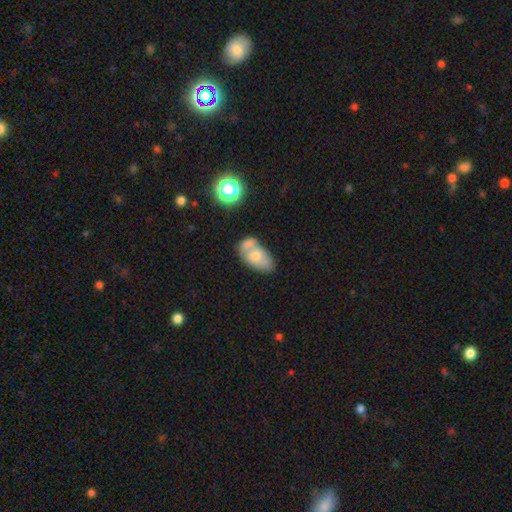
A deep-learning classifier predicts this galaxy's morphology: Smooth or featured? smooth (62%)
How rounded? in between (90%)
Merging? merger (50%)